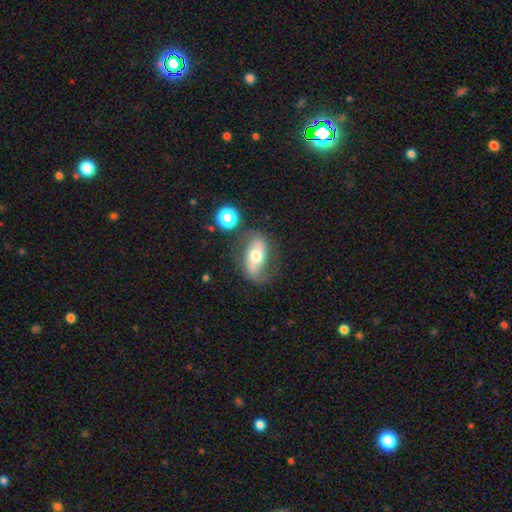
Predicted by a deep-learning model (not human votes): featured or disk 58%, smooth 34%, star or artifact 8%. Down the decision tree: edge-on disk — no (89%); bar — no (46%); spiral arms — yes (75%); bulge size — moderate (70%); merging — none (63%).